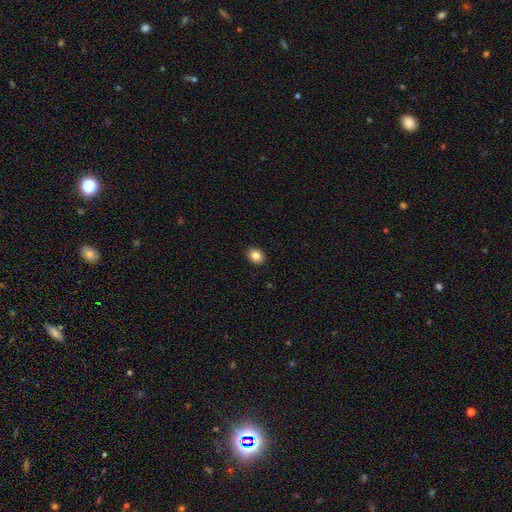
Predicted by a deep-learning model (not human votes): smooth 85%, star or artifact 9%, featured or disk 6%. Down the decision tree: how rounded — in between (65%); merging — none (90%).